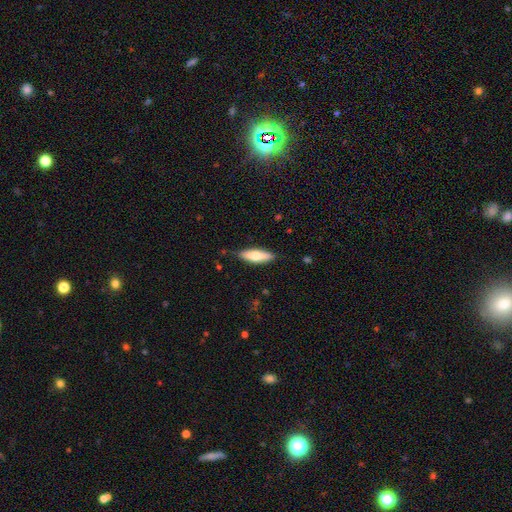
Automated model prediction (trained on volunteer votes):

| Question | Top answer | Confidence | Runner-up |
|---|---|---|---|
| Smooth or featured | smooth | 68% | featured or disk (27%) |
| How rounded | cigar-shaped | 50% | in between (48%) |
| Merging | none | 84% | minor disturbance (13%) |